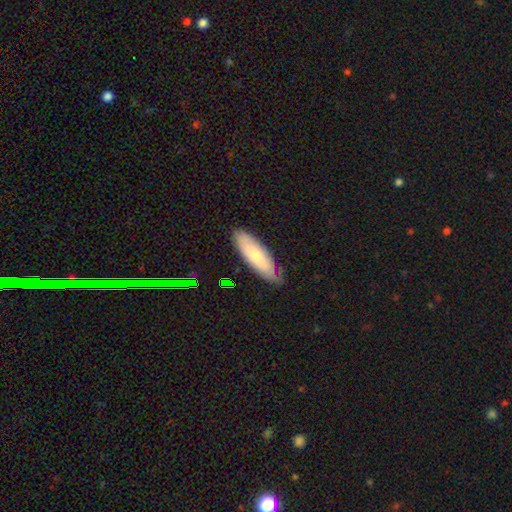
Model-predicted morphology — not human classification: Q: Smooth or featured?
A: smooth (67%); runner-up: featured or disk (27%)
Q: How rounded?
A: cigar-shaped (50%); runner-up: in between (49%)
Q: Merging?
A: none (78%); runner-up: minor disturbance (18%)